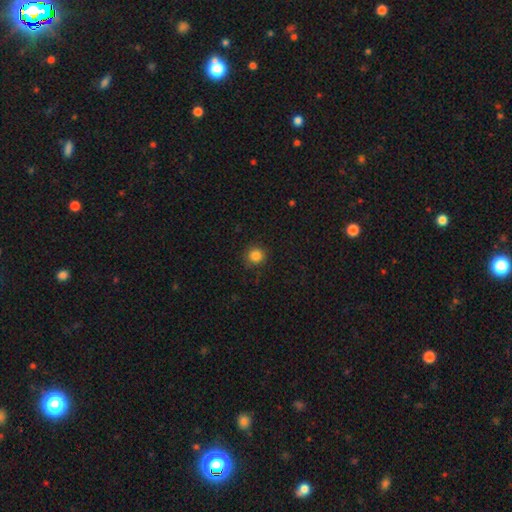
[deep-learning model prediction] Q: Smooth or featured?
A: smooth (84%); runner-up: star or artifact (11%)
Q: How rounded?
A: round (91%); runner-up: in between (8%)
Q: Merging?
A: none (88%); runner-up: minor disturbance (8%)